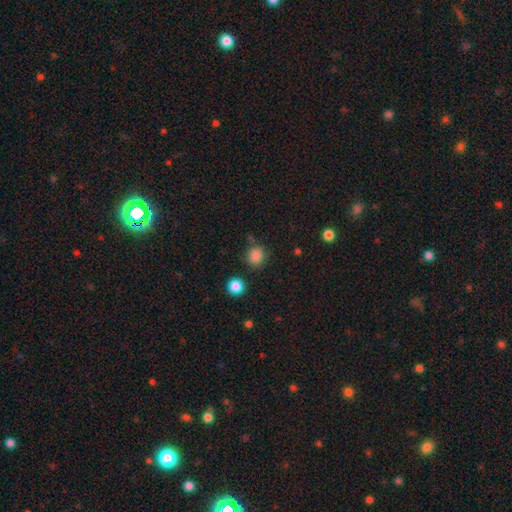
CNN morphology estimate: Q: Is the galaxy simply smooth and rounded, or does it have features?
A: smooth — 83%.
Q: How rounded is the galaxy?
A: round — 85%.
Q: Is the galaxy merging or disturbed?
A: none — 80%.